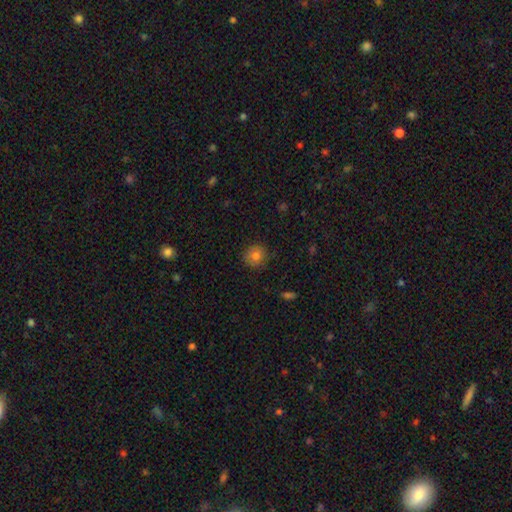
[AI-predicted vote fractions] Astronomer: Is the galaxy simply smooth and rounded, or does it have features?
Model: smooth — 80%.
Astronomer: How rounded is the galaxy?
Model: round — 87%.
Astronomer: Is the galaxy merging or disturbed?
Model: none — 84%.